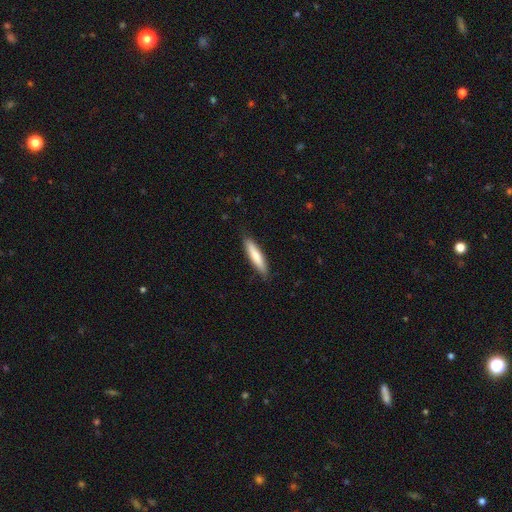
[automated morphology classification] smooth_or_featured: smooth (p=0.73) [alt: featured or disk p=0.22]
how_rounded: cigar-shaped (p=0.82) [alt: in between p=0.17]
merging: none (p=0.88) [alt: minor disturbance p=0.10]